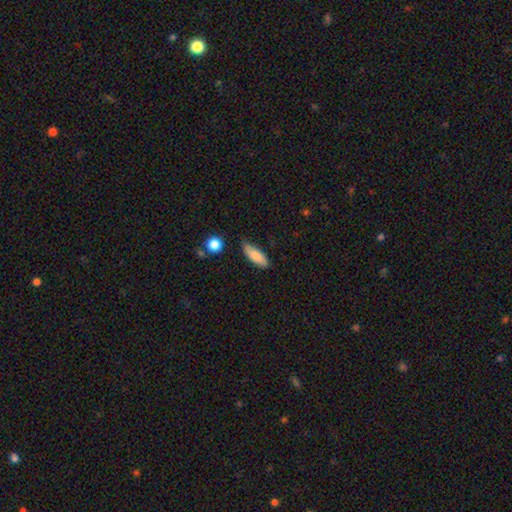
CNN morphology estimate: smooth_or_featured: smooth (p=0.84) [alt: featured or disk p=0.09]
how_rounded: in between (p=0.65) [alt: cigar-shaped p=0.33]
merging: none (p=0.77) [alt: minor disturbance p=0.18]